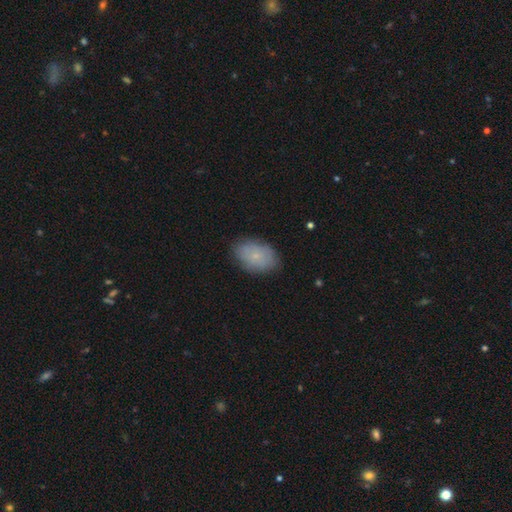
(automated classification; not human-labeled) smooth 75%, featured or disk 17%, star or artifact 8%. Down the decision tree: how rounded — in between (88%); merging — none (82%).